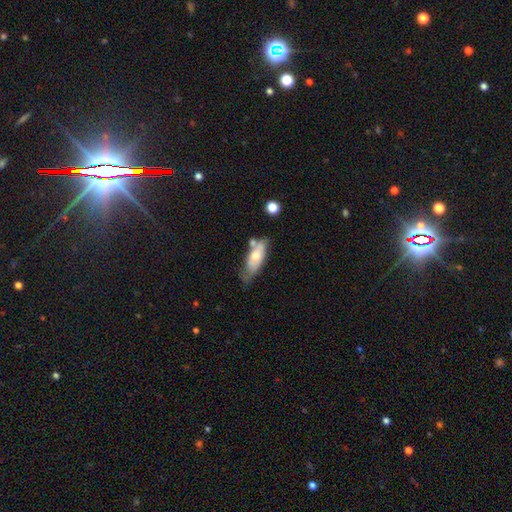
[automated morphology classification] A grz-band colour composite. It shows a smooth galaxy with no disk features (55%) that is in between round and cigar-shaped (70%). Merging: none (46%).